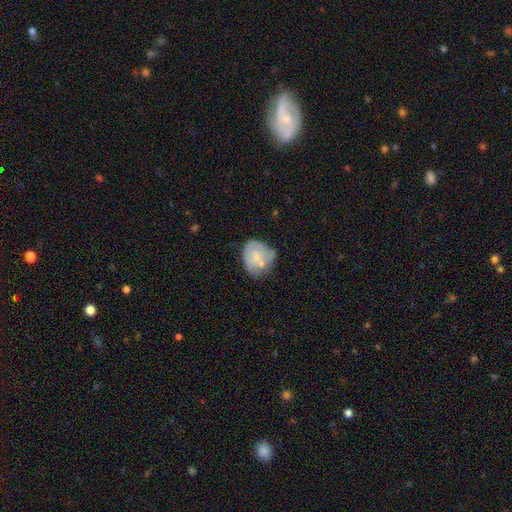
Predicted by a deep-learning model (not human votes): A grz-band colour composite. It shows a smooth galaxy with no disk features (49%). Merging: none (39%).